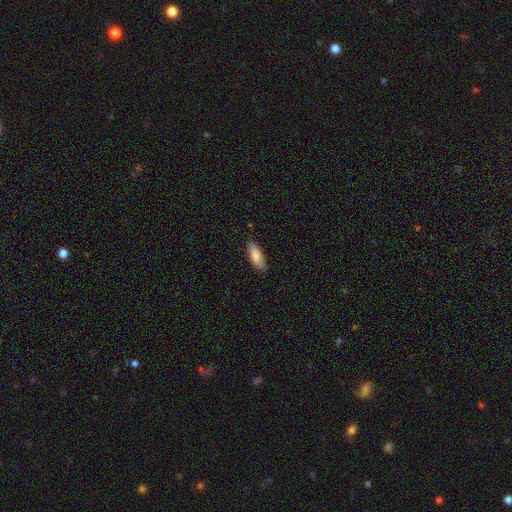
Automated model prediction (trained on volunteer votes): smooth-or-featured: smooth: 81% | featured or disk: 13% | star or artifact: 6%
  how-rounded: in between: 66% | cigar-shaped: 32% | round: 2%
  merging: none: 82% | minor disturbance: 15% | major disturbance: 2% | merger: 1%